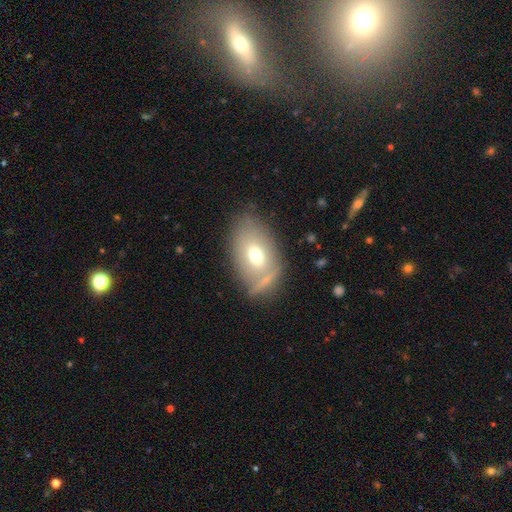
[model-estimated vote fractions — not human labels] Smooth or featured? smooth (62%)
How rounded? in between (87%)
Merging? none (59%)